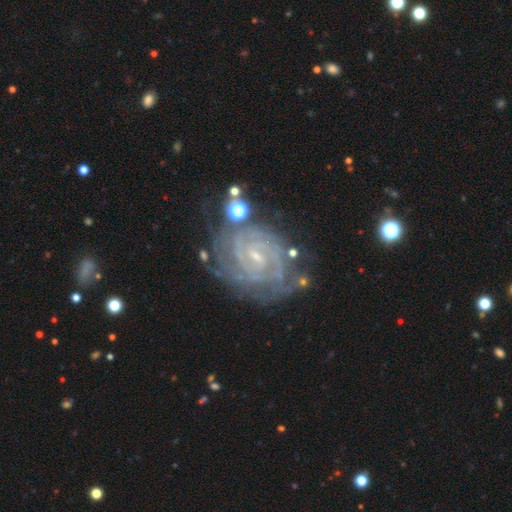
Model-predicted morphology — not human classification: The model was most divided on "bar": weak: 50%, no: 31%, strong: 19%. Remaining: spiral arms — yes (98%); edge-on disk — no (98%); smooth or featured — featured or disk (91%); bulge size — small (80%); spiral winding — tight (77%); merging — none (69%); spiral arm count — 2 (44%).